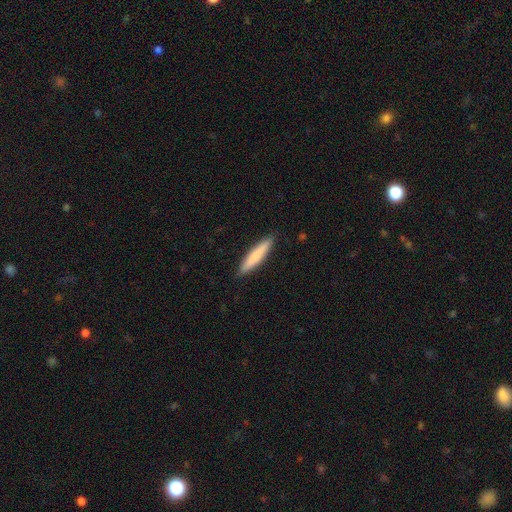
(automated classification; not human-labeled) This appears to be a smooth galaxy with no disk features (78%) that is cigar-shaped (89%). Merging: none (90%).